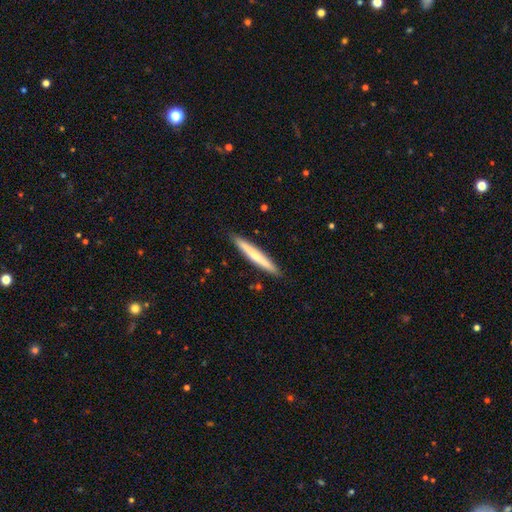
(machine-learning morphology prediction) Smooth or featured? smooth (55%)
How rounded? cigar-shaped (95%)
Merging? none (90%)